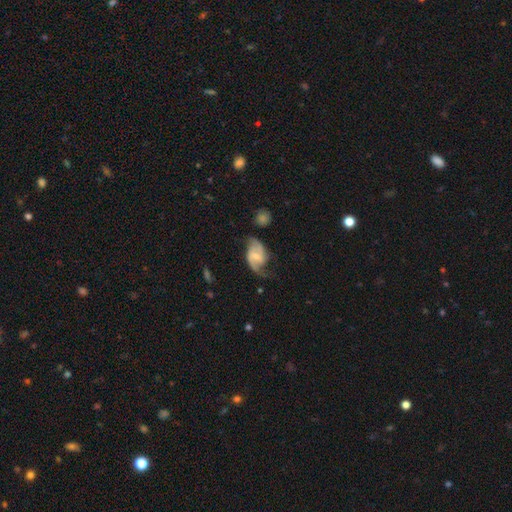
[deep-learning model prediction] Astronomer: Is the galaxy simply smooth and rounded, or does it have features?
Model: featured or disk — 77%.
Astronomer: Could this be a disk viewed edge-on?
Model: no — 97%.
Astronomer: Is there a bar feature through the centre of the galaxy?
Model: weak — 47% (runner-up: no, 39%).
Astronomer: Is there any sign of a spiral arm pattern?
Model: yes — 94%.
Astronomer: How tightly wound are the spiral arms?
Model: loose — 46% (runner-up: medium, 40%).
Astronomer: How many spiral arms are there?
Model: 2 — 81%.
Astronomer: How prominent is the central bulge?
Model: small — 50% (runner-up: moderate, 37%).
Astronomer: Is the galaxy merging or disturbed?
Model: none — 50% (runner-up: minor disturbance, 26%).